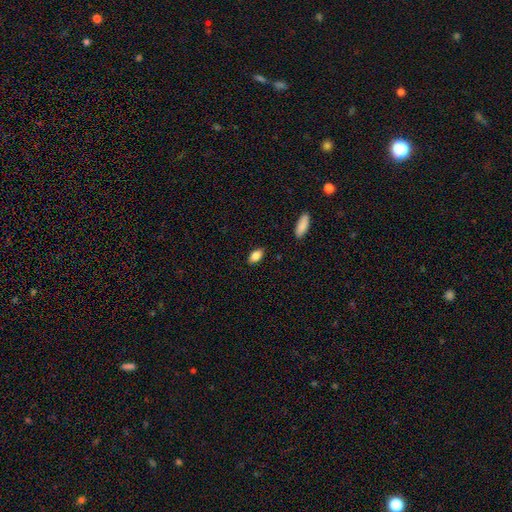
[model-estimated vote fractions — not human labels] A smooth galaxy with no disk features (83%) that is in between round and cigar-shaped (90%). Merging: none (87%).